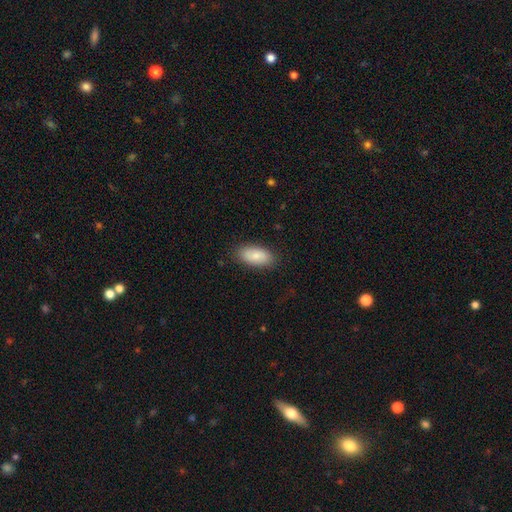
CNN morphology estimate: smooth-or-featured: smooth: 85% | featured or disk: 9% | star or artifact: 6%
  how-rounded: in between: 90% | cigar-shaped: 8% | round: 2%
  merging: none: 86% | minor disturbance: 11% | major disturbance: 2% | merger: 1%